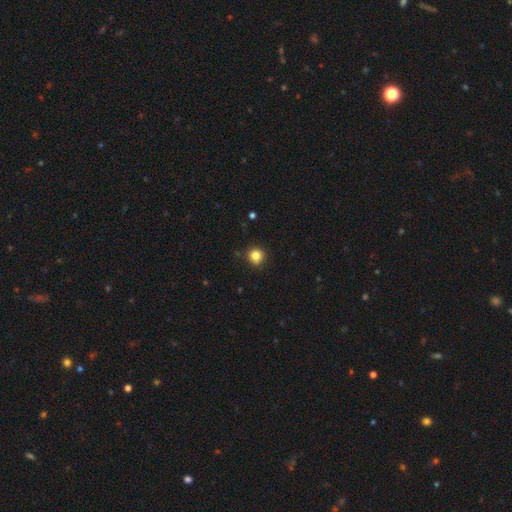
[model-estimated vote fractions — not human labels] A smooth galaxy with no disk features (83%) that is round (91%).

Vote fractions:
- Smooth or featured? smooth: 83% / star or artifact: 12% / featured or disk: 5%
- How rounded? round: 91% / in between: 8% / cigar-shaped: 1%
- Merging? none: 86% / minor disturbance: 10% / major disturbance: 2% / merger: 2%